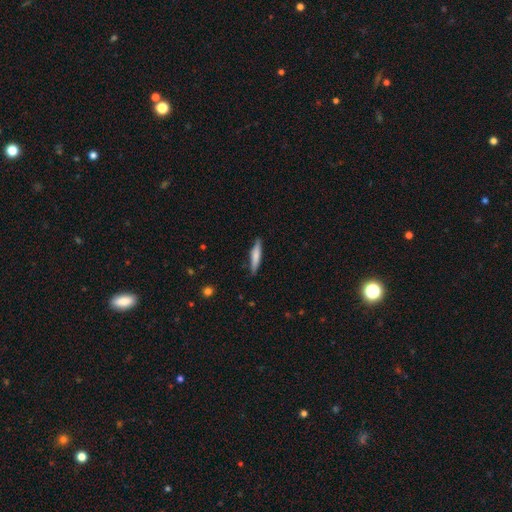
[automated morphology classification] Smooth or featured?
  - smooth: 71% *
  - featured or disk: 23%
  - star or artifact: 5%
How rounded?
  - cigar-shaped: 87% *
  - in between: 11%
  - round: 1%
Merging?
  - none: 87% *
  - minor disturbance: 10%
  - major disturbance: 2%
  - merger: 1%